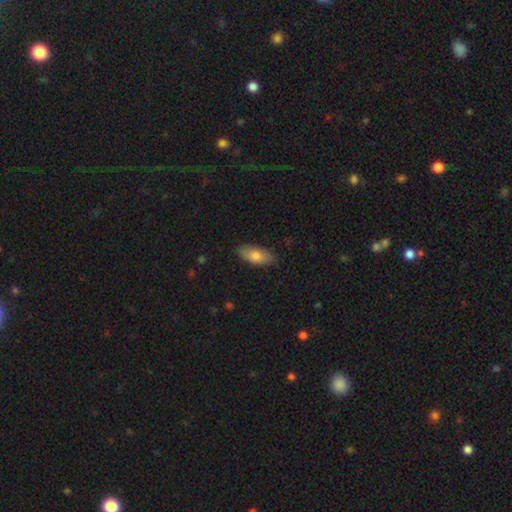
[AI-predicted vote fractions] Smooth or featured? Predicted: smooth (p=0.78). How rounded? Predicted: in between (p=0.85). Merging? Predicted: none (p=0.85).